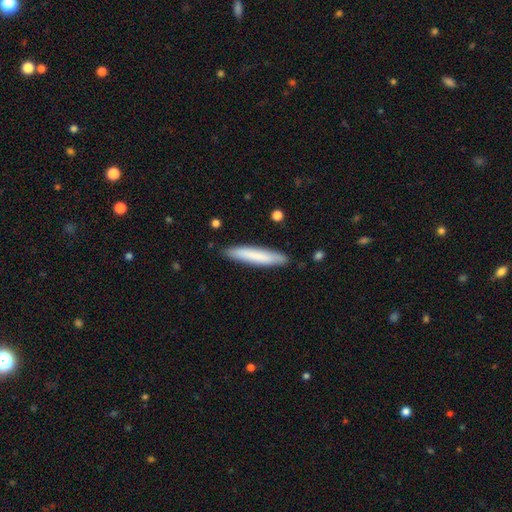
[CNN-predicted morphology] The model was most divided on "smooth or featured": smooth: 77%, featured or disk: 17%, star or artifact: 5%. More confident: how rounded — cigar-shaped (91%); merging — none (88%).